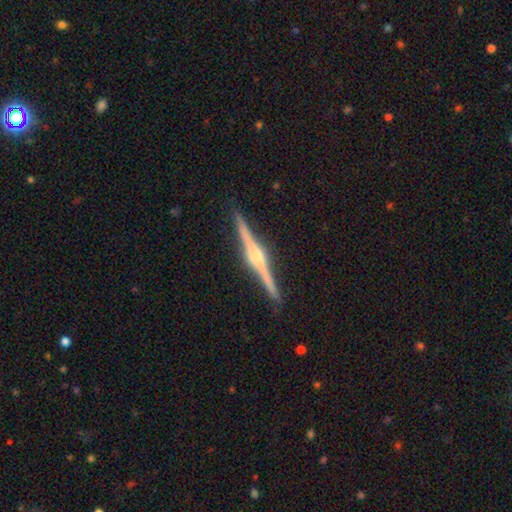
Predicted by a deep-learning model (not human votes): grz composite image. It shows a featured or disk galaxy (87%) viewed edge-on (99%) with a rounded central bulge (88%). Merging: none (91%).